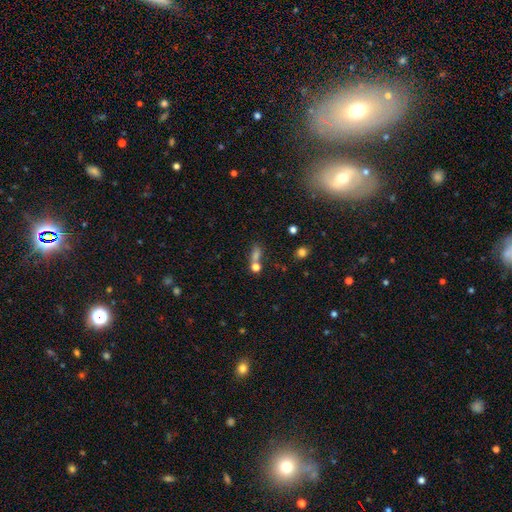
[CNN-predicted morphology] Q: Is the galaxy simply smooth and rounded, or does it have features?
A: smooth — 63%.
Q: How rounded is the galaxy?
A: in between — 54%.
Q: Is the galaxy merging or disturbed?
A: none — 47%.